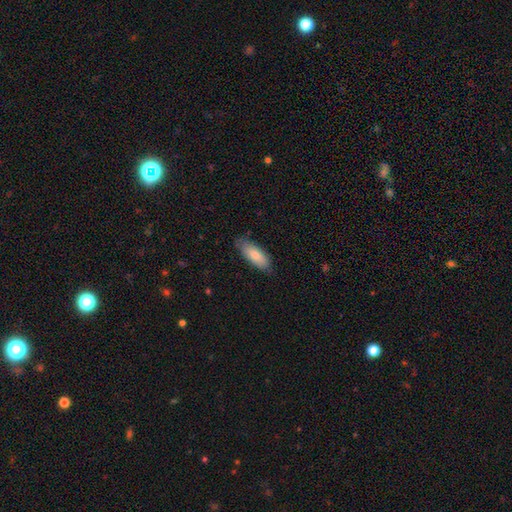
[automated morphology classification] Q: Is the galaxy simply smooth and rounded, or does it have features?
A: smooth — 80%.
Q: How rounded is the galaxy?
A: in between — 75%.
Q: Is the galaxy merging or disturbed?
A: none — 76%.